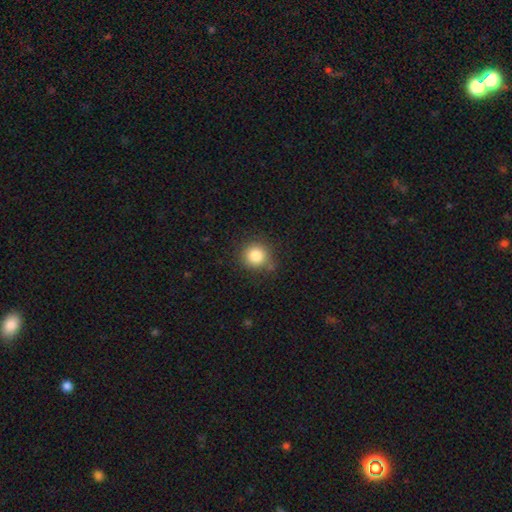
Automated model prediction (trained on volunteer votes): This appears to be a smooth galaxy with no disk features (84%) that is round (91%). Merging: none (79%).